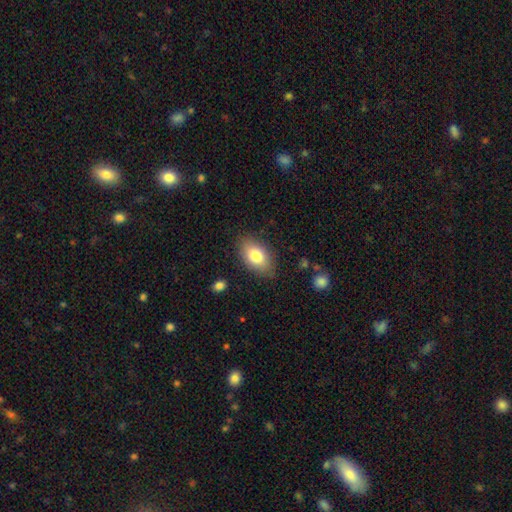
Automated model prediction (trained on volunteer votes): smooth_or_featured: smooth (p=0.79) [alt: featured or disk p=0.14]
how_rounded: in between (p=0.91) [alt: round p=0.07]
merging: none (p=0.83) [alt: minor disturbance p=0.12]